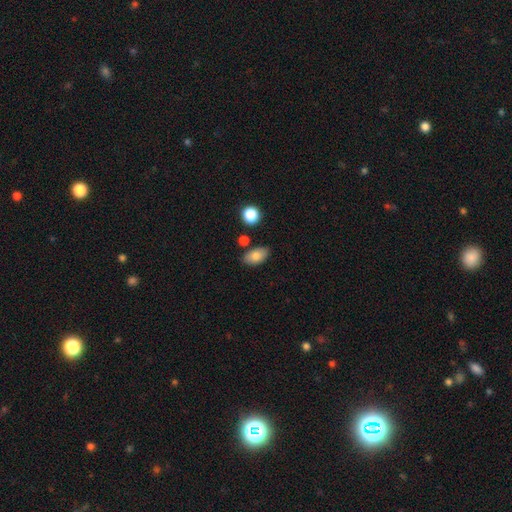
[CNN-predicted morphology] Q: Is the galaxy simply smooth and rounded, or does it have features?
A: smooth — 80%.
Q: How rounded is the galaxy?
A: in between — 91%.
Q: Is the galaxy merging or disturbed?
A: none — 78%.